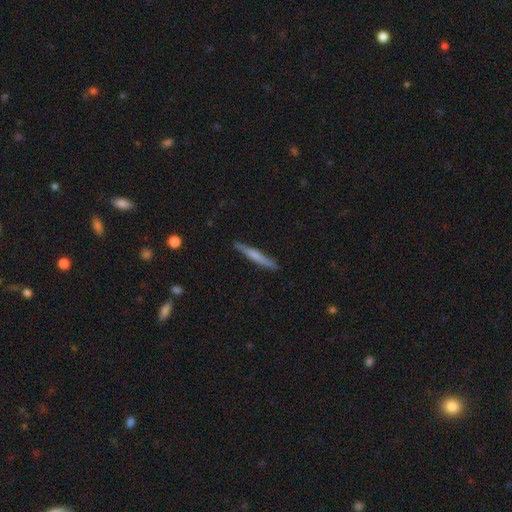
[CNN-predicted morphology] Overall: smooth (54%; featured or disk 40%). How rounded: cigar-shaped (96%). Merging: none (89%).